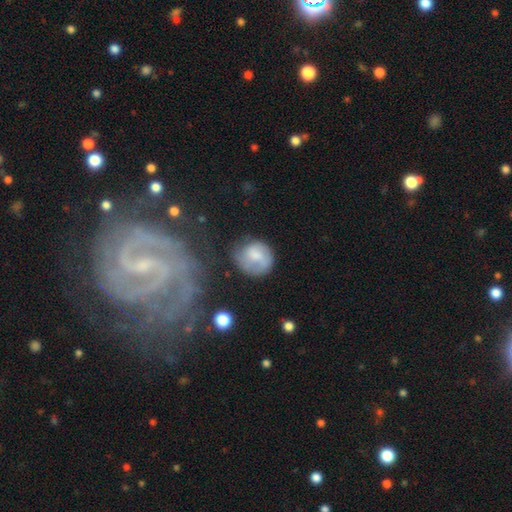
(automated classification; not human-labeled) Overall: smooth (63%; featured or disk 30%). How rounded: round (81%). Merging: none (55%; minor disturbance 27%).